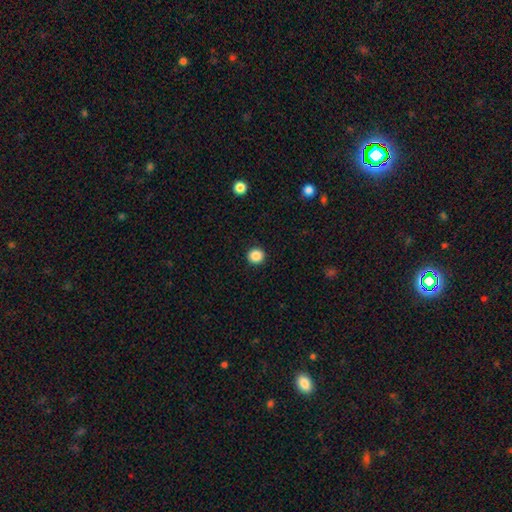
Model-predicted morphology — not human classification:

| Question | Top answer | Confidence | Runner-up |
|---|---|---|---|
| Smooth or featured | smooth | 87% | star or artifact (10%) |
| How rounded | round | 94% | in between (5%) |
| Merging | none | 93% | minor disturbance (4%) |